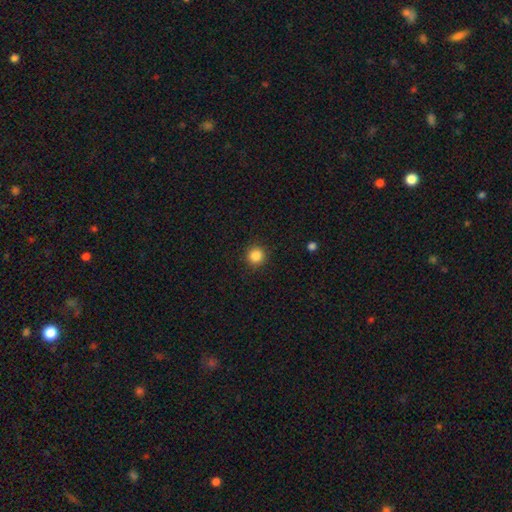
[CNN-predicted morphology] smooth-or-featured: smooth: 86% | star or artifact: 11% | featured or disk: 3%
  how-rounded: round: 94% | in between: 5% | cigar-shaped: 1%
  merging: none: 91% | minor disturbance: 6% | major disturbance: 2% | merger: 1%